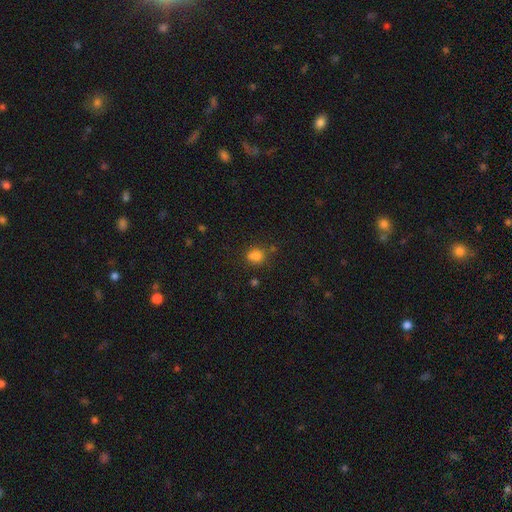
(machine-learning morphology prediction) Smooth or featured?
  - smooth: 79% *
  - star or artifact: 14%
  - featured or disk: 7%
How rounded?
  - round: 62% *
  - in between: 37%
  - cigar-shaped: 1%
Merging?
  - none: 66% *
  - minor disturbance: 18%
  - merger: 11%
  - major disturbance: 6%